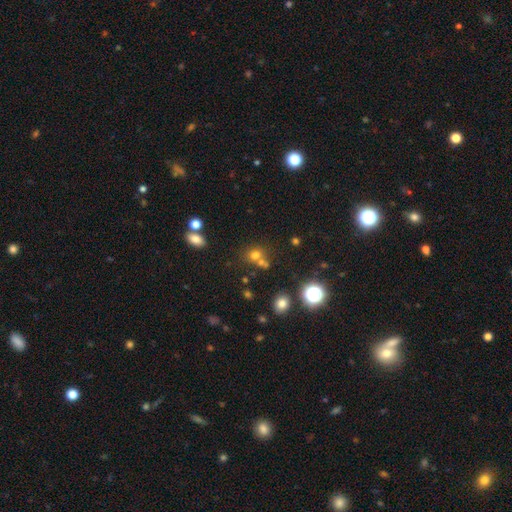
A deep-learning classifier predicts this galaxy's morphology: The model was most divided on "merging": none: 54%, merger: 33%, minor disturbance: 9%, major disturbance: 4%. More confident: how rounded — round (76%); smooth or featured — smooth (66%).